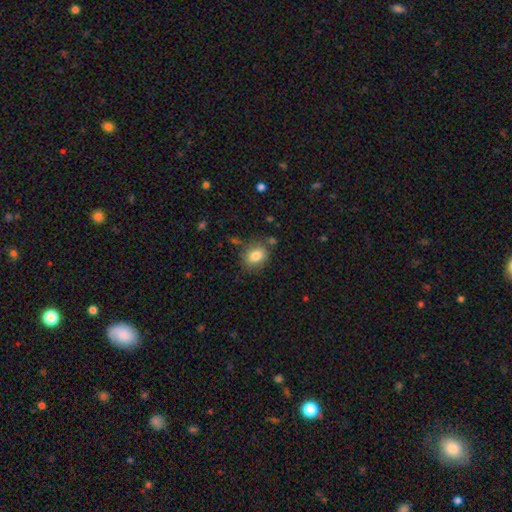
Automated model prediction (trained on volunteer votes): Overall: smooth (81%). How rounded: in between (60%; round 39%). Merging: none (76%).